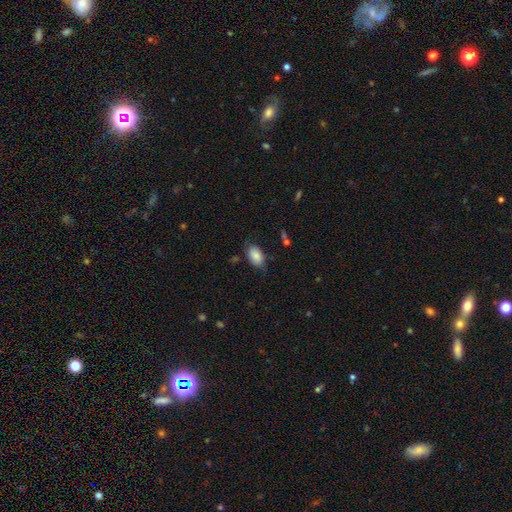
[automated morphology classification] A smooth galaxy with no disk features (83%) that is in between round and cigar-shaped (90%).

Vote fractions:
- Smooth or featured? smooth: 83% / featured or disk: 10% / star or artifact: 7%
- How rounded? in between: 90% / round: 8% / cigar-shaped: 1%
- Merging? none: 68% / minor disturbance: 24% / major disturbance: 6% / merger: 2%